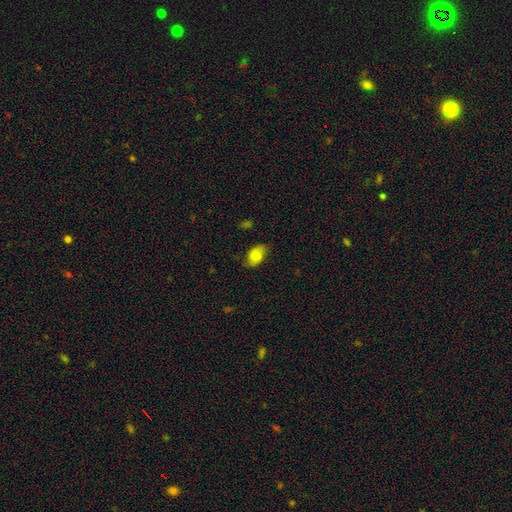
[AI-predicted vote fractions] The model was most divided on "merging": none: 67%, minor disturbance: 24%, major disturbance: 7%, merger: 1%. More confident: how rounded — in between (88%); smooth or featured — smooth (72%).